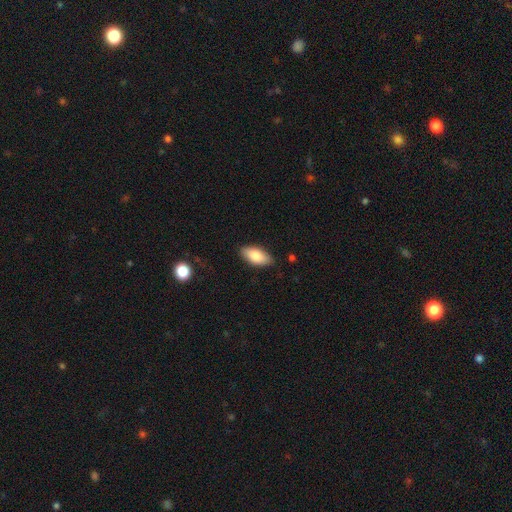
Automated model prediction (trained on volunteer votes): Overall: smooth (82%). How rounded: in between (89%). Merging: none (84%).